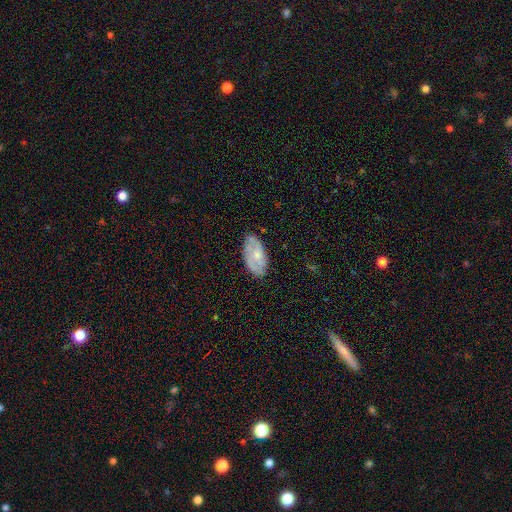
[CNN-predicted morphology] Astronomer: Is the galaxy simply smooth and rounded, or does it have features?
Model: featured or disk — 57% (runner-up: smooth, 36%).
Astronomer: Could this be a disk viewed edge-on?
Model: no — 93%.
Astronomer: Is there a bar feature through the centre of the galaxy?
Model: no — 70%.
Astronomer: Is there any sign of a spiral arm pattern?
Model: yes — 75%.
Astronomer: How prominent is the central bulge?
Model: small — 49% (runner-up: moderate, 43%).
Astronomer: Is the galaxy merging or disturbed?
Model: none — 76%.